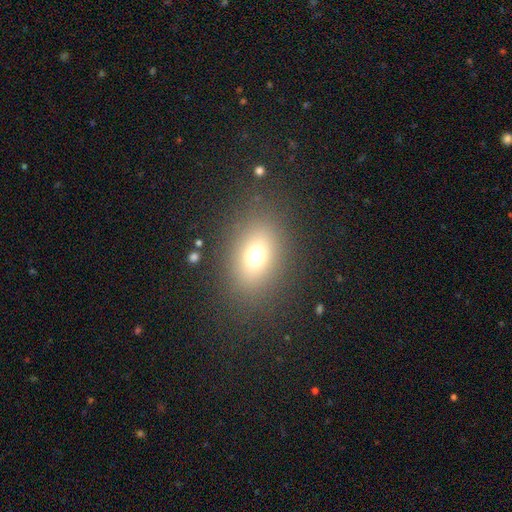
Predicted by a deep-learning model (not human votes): Smooth or featured? Predicted: smooth (p=0.69). How rounded? Predicted: in between (p=0.66). Merging? Predicted: none (p=0.84).